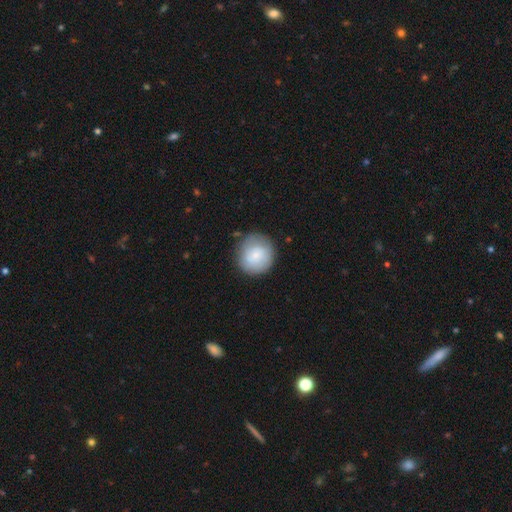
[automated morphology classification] type=smooth (76%); roundness=round (90%); merging=none (78%).